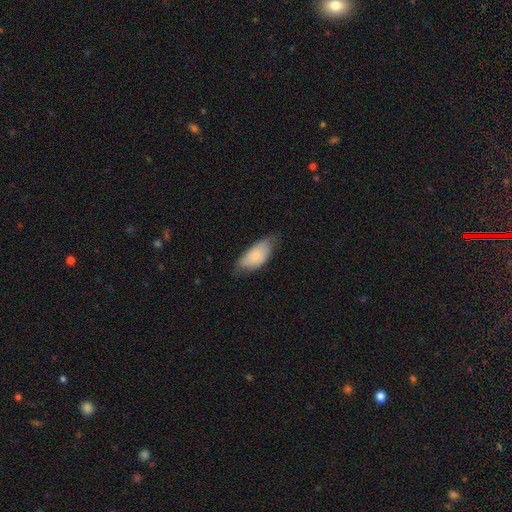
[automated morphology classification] A smooth galaxy with no disk features (80%) that is in between round and cigar-shaped (91%).

Vote fractions:
- Smooth or featured? smooth: 80% / featured or disk: 14% / star or artifact: 6%
- How rounded? in between: 91% / cigar-shaped: 6% / round: 2%
- Merging? none: 53% / minor disturbance: 37% / major disturbance: 9% / merger: 1%